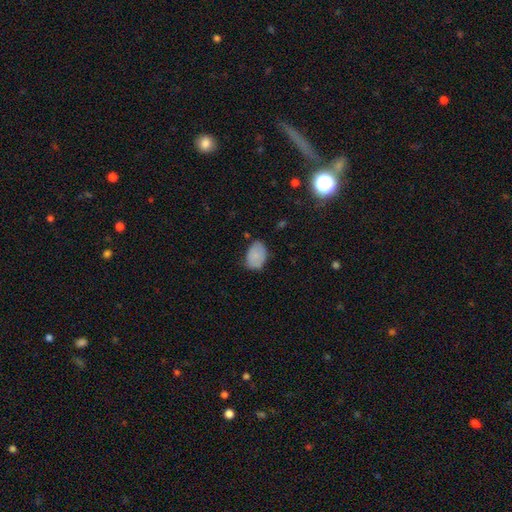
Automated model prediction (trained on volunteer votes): Overall: smooth (83%). How rounded: in between (85%). Merging: none (60%; minor disturbance 31%).